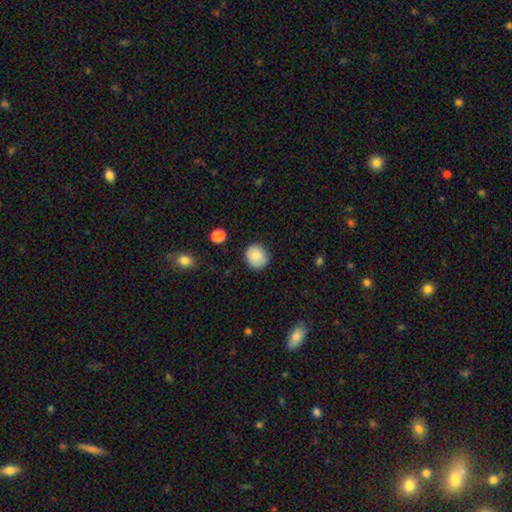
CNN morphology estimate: Smooth or featured? smooth (85%)
How rounded? round (85%)
Merging? none (83%)